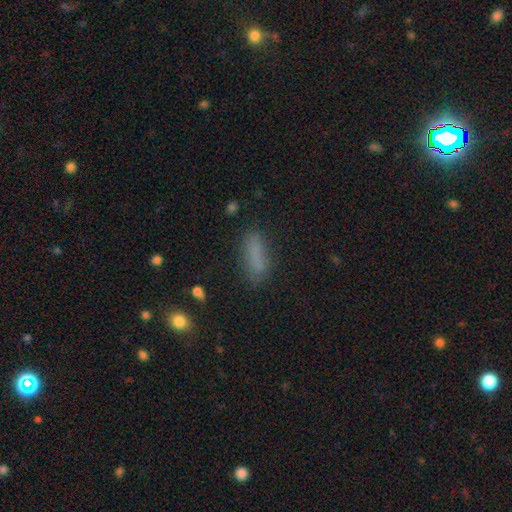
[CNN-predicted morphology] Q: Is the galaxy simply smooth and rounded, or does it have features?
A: smooth — 81%.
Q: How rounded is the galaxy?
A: cigar-shaped — 49%.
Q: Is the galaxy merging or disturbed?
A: none — 79%.